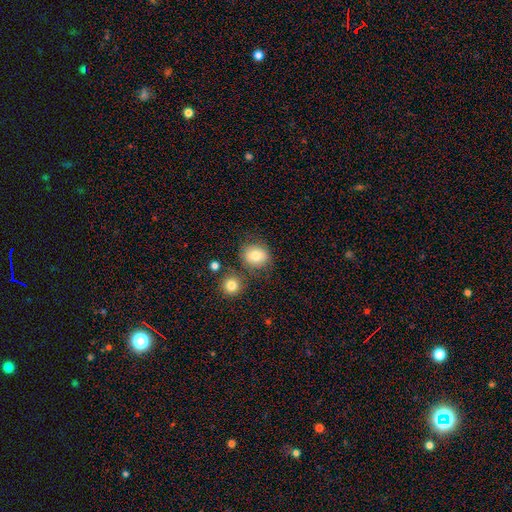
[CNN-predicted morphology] The model was most divided on "how rounded": round: 70%, in between: 29%, cigar-shaped: 1%. More confident: smooth or featured — smooth (80%); merging — none (72%).